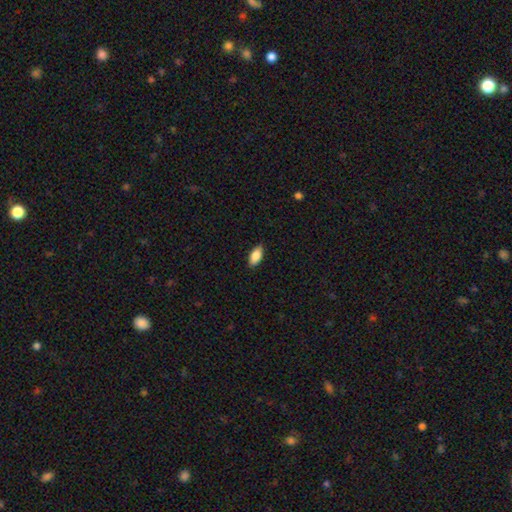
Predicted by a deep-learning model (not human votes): Smooth or featured: smooth — 84% (featured or disk — 10%)
How rounded: in between — 88% (cigar-shaped — 10%)
Merging: none — 89% (minor disturbance — 9%)